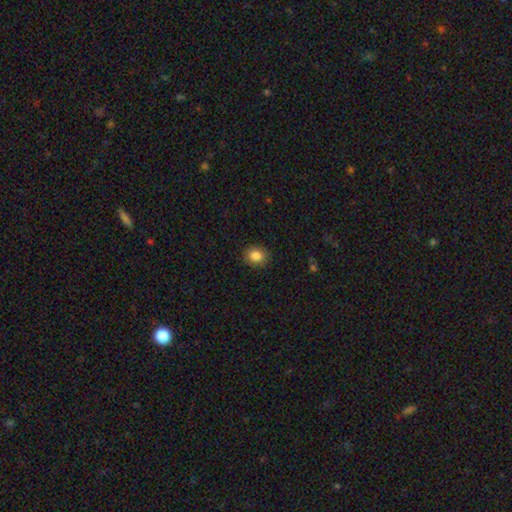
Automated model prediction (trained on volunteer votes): A smooth galaxy with no disk features (85%) that is round (67%).

Vote fractions:
- Smooth or featured? smooth: 85% / star or artifact: 9% / featured or disk: 6%
- How rounded? round: 67% / in between: 32% / cigar-shaped: 1%
- Merging? none: 87% / minor disturbance: 10% / major disturbance: 2% / merger: 1%